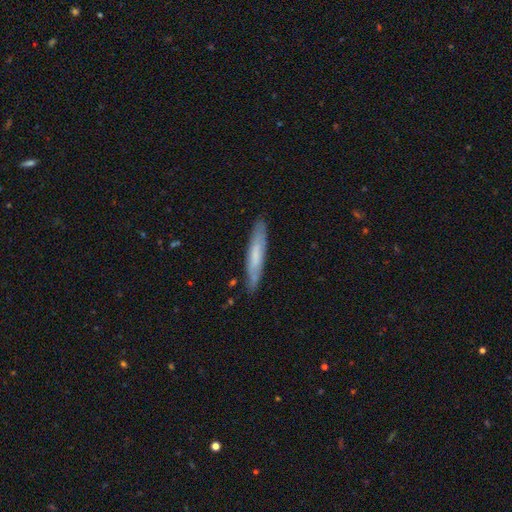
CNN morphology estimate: The model was most divided on "smooth or featured": smooth: 58%, featured or disk: 36%, star or artifact: 6%. More confident: how rounded — cigar-shaped (90%); merging — none (83%).